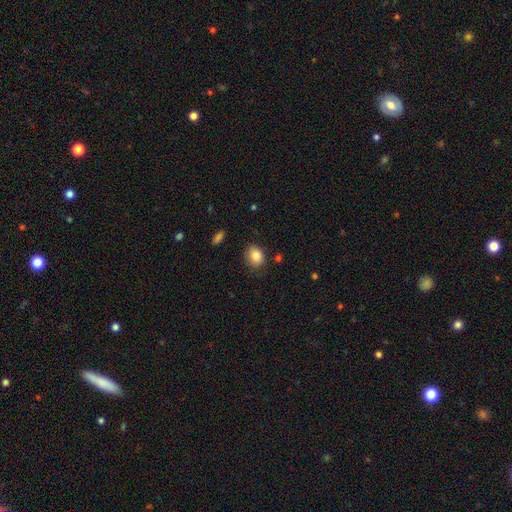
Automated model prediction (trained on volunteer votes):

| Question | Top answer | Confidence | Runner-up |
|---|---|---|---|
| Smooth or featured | smooth | 85% | star or artifact (8%) |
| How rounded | in between | 58% | round (41%) |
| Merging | none | 74% | minor disturbance (20%) |